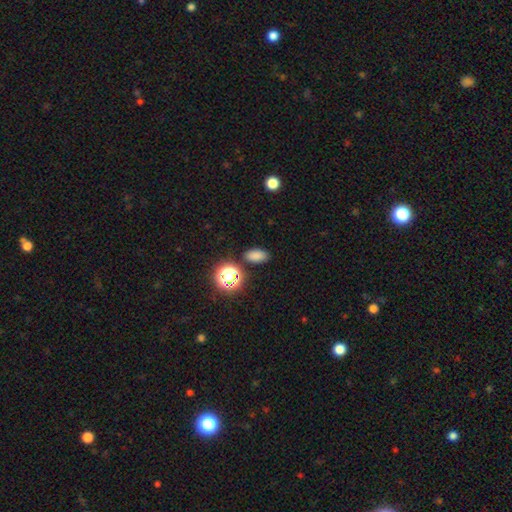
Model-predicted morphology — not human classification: smooth_or_featured: smooth (p=0.78) [alt: star or artifact p=0.17]
how_rounded: in between (p=0.86) [alt: round p=0.11]
merging: none (p=0.84) [alt: minor disturbance p=0.09]